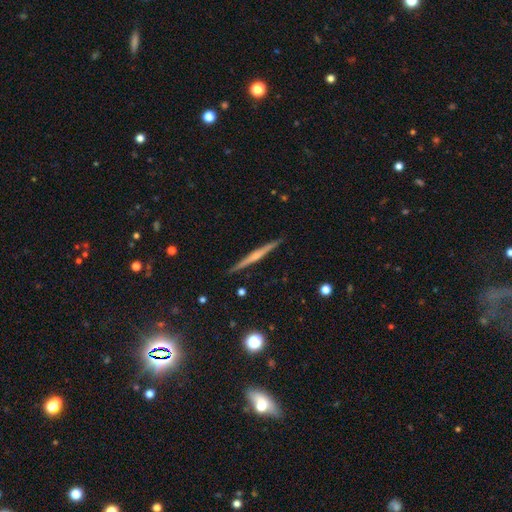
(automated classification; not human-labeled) Smooth or featured: featured or disk — 72% (smooth — 21%)
Edge-on disk: yes — 98% (no — 2%)
Edge-on bulge: rounded — 63% (none — 28%)
Merging: none — 92% (minor disturbance — 6%)